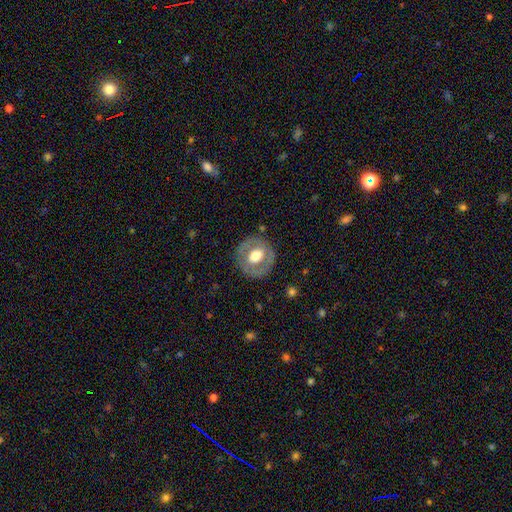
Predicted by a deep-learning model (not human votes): featured or disk 48%, smooth 46%, star or artifact 6%. Down the decision tree: merging — none (81%).